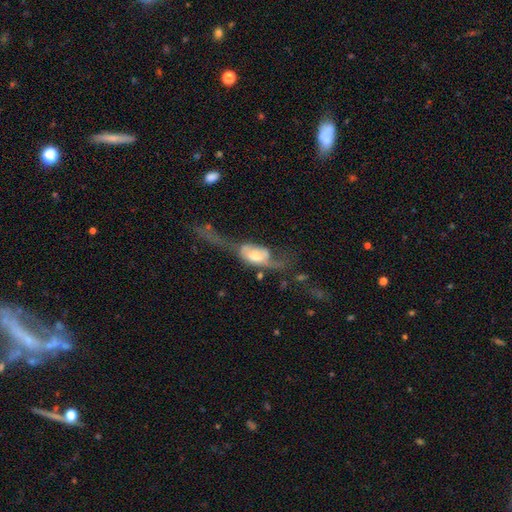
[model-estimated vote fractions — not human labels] The model was most divided on "smooth or featured": featured or disk: 55%, smooth: 38%, star or artifact: 7%. More confident: edge-on disk — no (83%); merging — major disturbance (56%).